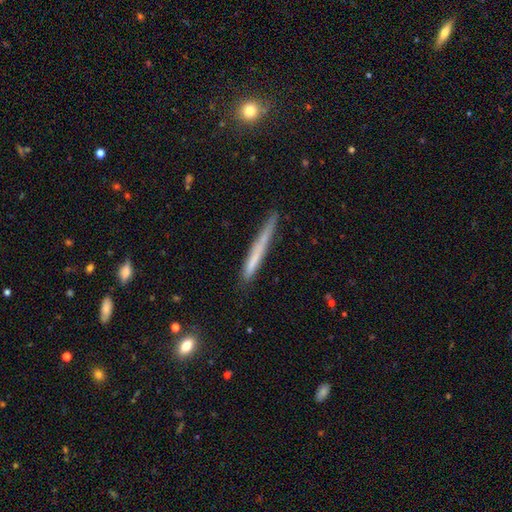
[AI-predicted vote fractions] A smooth galaxy with no disk features (59%) that is cigar-shaped (97%). Merging: none (80%).